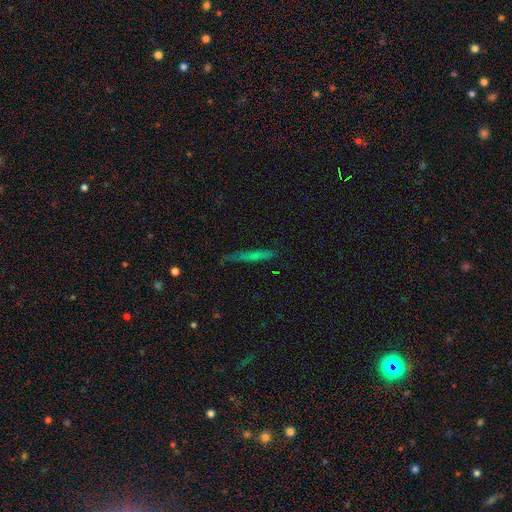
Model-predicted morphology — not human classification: Overall: smooth (63%; featured or disk 27%). How rounded: cigar-shaped (92%). Merging: none (75%).